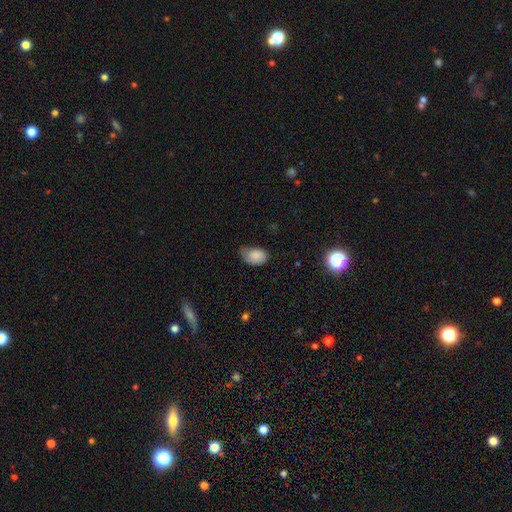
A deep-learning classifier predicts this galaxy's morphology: Smooth or featured? smooth (80%)
How rounded? in between (88%)
Merging? none (44%)